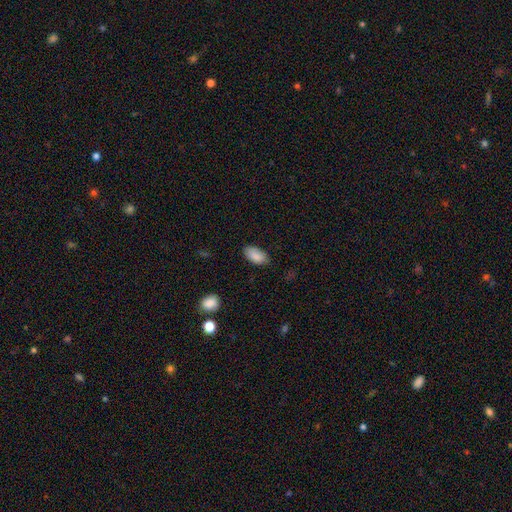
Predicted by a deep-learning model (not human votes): Smooth or featured: smooth — 88% (star or artifact — 7%)
How rounded: in between — 94% (cigar-shaped — 3%)
Merging: none — 80% (minor disturbance — 16%)